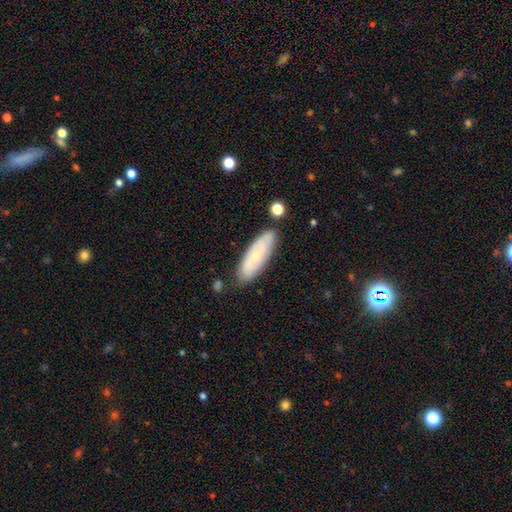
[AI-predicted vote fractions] Smooth or featured: smooth — 60% (featured or disk — 33%)
How rounded: in between — 51% (cigar-shaped — 47%)
Merging: none — 81% (minor disturbance — 13%)